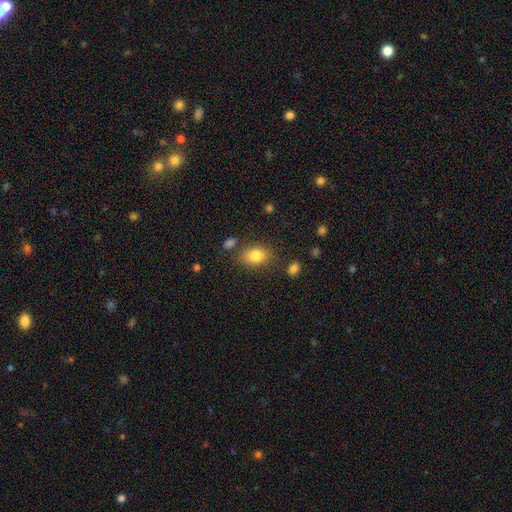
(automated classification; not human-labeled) Smooth or featured?
  - smooth: 83% *
  - star or artifact: 9%
  - featured or disk: 8%
How rounded?
  - in between: 77% *
  - round: 21%
  - cigar-shaped: 1%
Merging?
  - none: 76% *
  - minor disturbance: 14%
  - merger: 6%
  - major disturbance: 4%